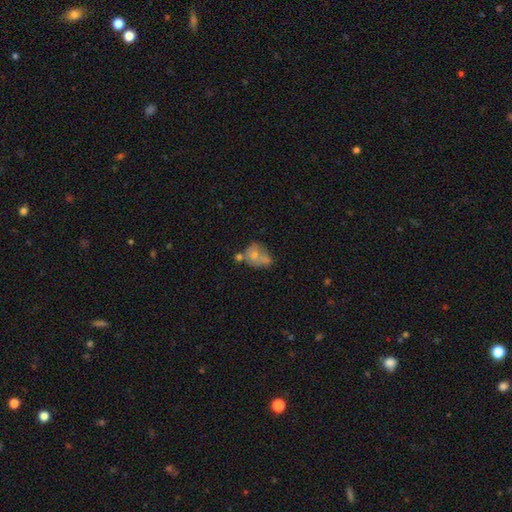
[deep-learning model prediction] This appears to be a smooth galaxy with no disk features (60%) that is in between round and cigar-shaped (60%). Merging: merger (40%).